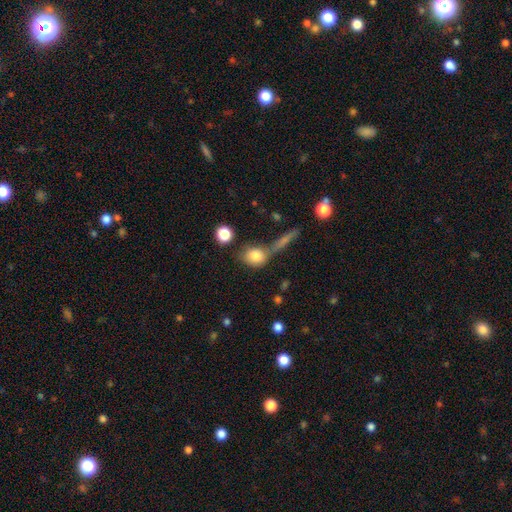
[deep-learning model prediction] This appears to be a smooth galaxy with no disk features (81%) that is round (53%). Merging: none (54%).